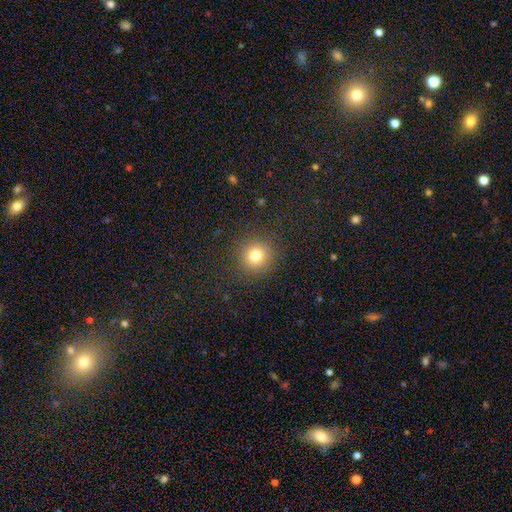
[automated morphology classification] smooth 77%, star or artifact 15%, featured or disk 7%. Down the decision tree: how rounded — round (92%); merging — none (90%).